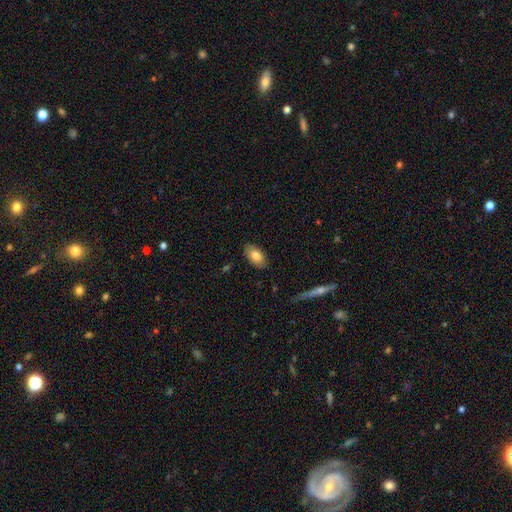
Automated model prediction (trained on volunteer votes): smooth-or-featured: smooth: 78% | featured or disk: 15% | star or artifact: 7%
  how-rounded: in between: 93% | round: 5% | cigar-shaped: 2%
  merging: none: 85% | minor disturbance: 12% | major disturbance: 2% | merger: 1%